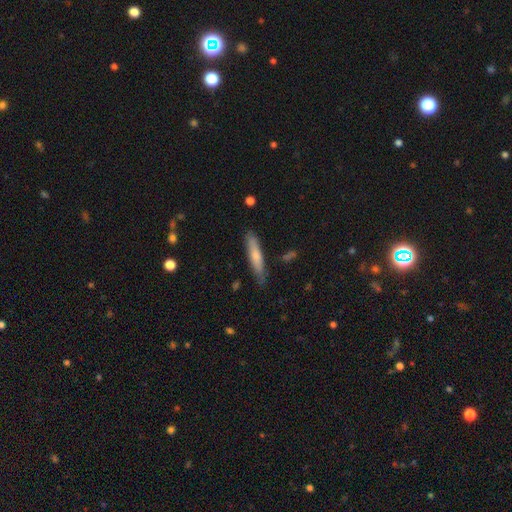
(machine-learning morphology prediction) This appears to be a smooth galaxy with no disk features (66%) that is cigar-shaped (86%). Merging: none (79%).